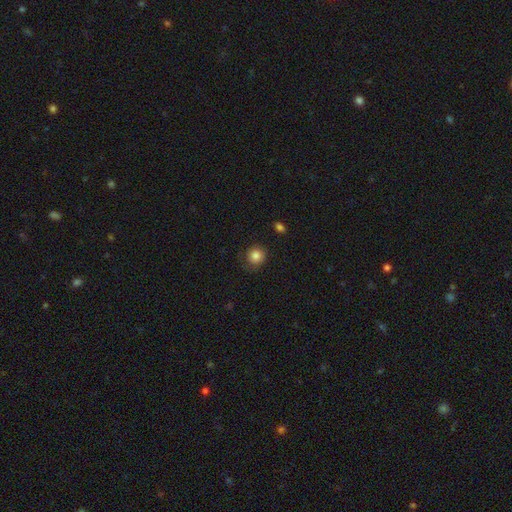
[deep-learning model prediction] smooth-or-featured: smooth: 84% | star or artifact: 10% | featured or disk: 6%
  how-rounded: round: 88% | in between: 11% | cigar-shaped: 1%
  merging: none: 81% | minor disturbance: 14% | major disturbance: 4% | merger: 1%